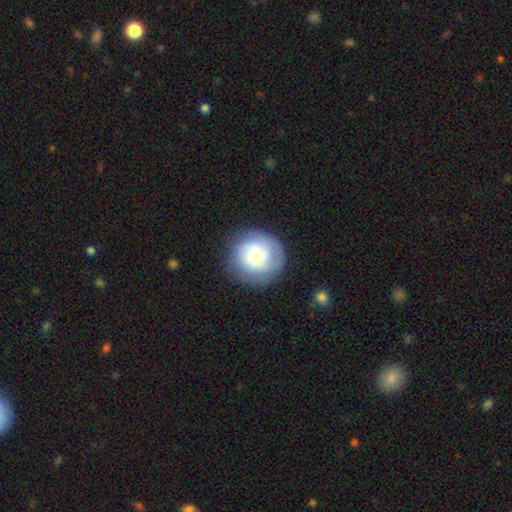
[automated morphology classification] smooth_or_featured: smooth (p=0.54) [alt: featured or disk p=0.38]
how_rounded: round (p=0.93) [alt: in between p=0.06]
merging: none (p=0.83) [alt: minor disturbance p=0.11]